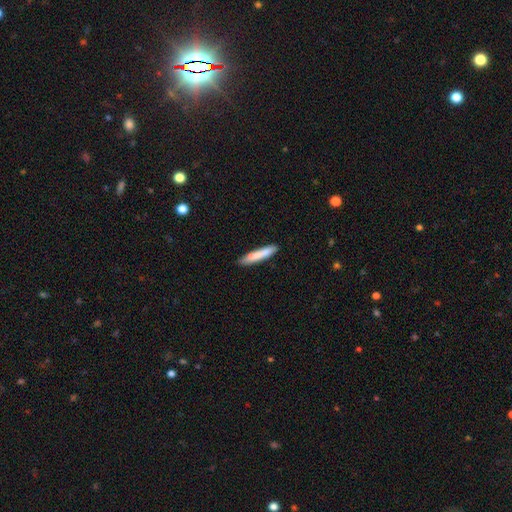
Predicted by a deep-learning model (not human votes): A smooth galaxy with no disk features (78%) that is cigar-shaped (92%).

Vote fractions:
- Smooth or featured? smooth: 78% / featured or disk: 16% / star or artifact: 6%
- How rounded? cigar-shaped: 92% / in between: 6% / round: 1%
- Merging? none: 83% / minor disturbance: 12% / merger: 2% / major disturbance: 2%